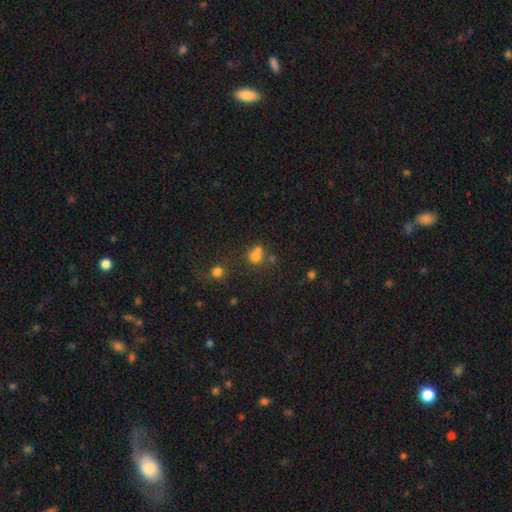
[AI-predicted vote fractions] Smooth or featured? Predicted: smooth (p=0.72). How rounded? Predicted: round (p=0.77). Merging? Predicted: none (p=0.42).